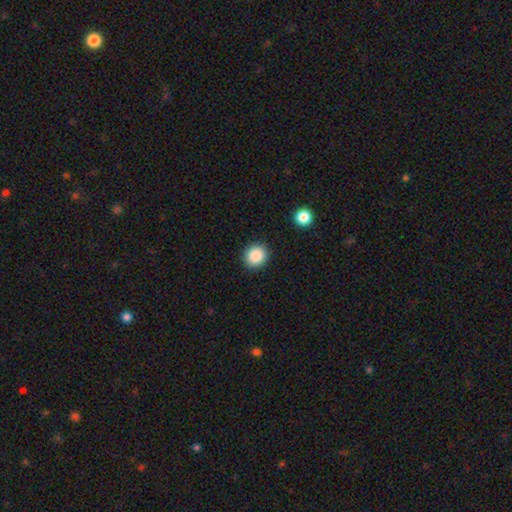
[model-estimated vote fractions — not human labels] A smooth galaxy with no disk features (87%) that is round (86%).

Vote fractions:
- Smooth or featured? smooth: 87% / star or artifact: 9% / featured or disk: 4%
- How rounded? round: 86% / in between: 13% / cigar-shaped: 1%
- Merging? none: 91% / minor disturbance: 6% / major disturbance: 2% / merger: 1%